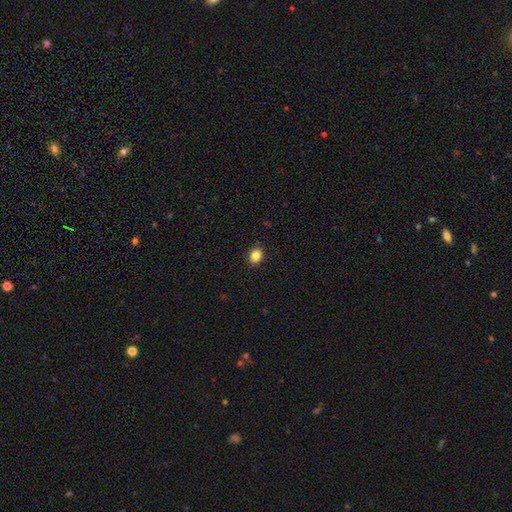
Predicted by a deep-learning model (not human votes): Smooth or featured? smooth (84%)
How rounded? round (62%)
Merging? none (90%)